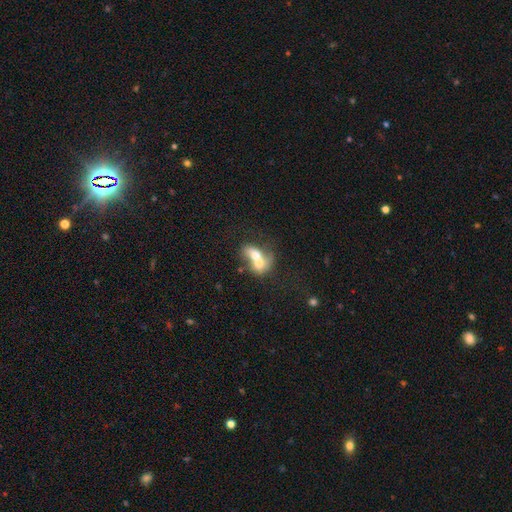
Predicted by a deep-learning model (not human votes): Smooth or featured? Predicted: smooth (p=0.57). How rounded? Predicted: in between (p=0.68). Merging? Predicted: merger (p=0.77).